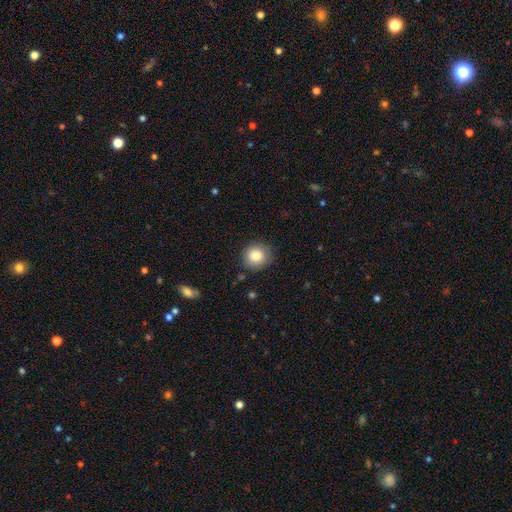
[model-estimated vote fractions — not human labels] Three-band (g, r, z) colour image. It shows a smooth galaxy with no disk features (84%) that is round (89%). Merging: none (86%).